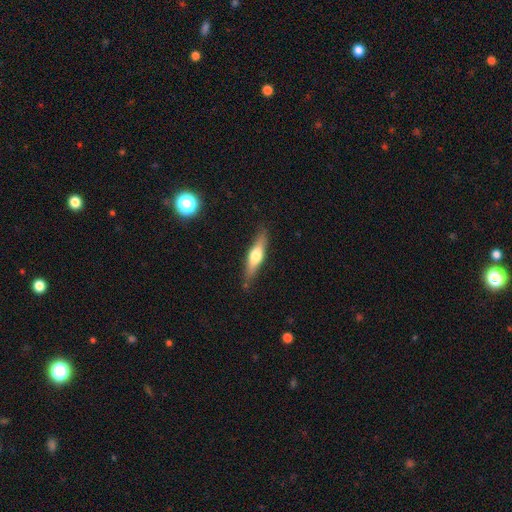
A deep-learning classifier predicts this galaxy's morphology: Q: Smooth or featured?
A: featured or disk (49%); runner-up: smooth (45%)
Q: Merging?
A: none (84%); runner-up: minor disturbance (12%)